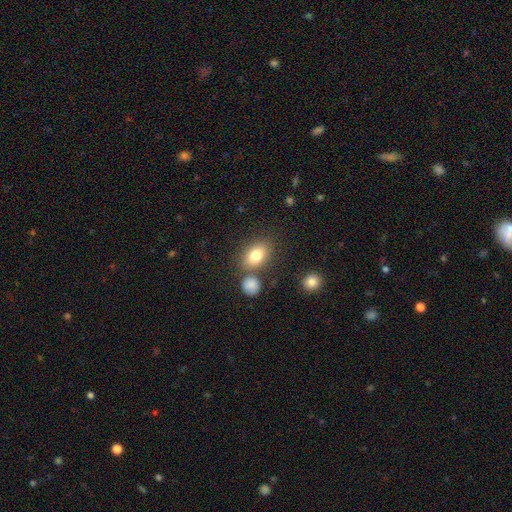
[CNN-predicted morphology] smooth-or-featured: smooth: 80% | featured or disk: 11% | star or artifact: 9%
  how-rounded: in between: 79% | round: 19% | cigar-shaped: 2%
  merging: none: 70% | merger: 14% | minor disturbance: 12% | major disturbance: 4%